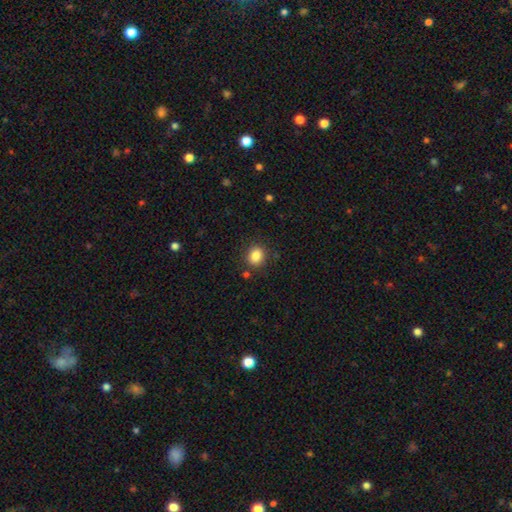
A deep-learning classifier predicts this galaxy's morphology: This appears to be a smooth galaxy with no disk features (85%) that is round (55%). Merging: none (85%).